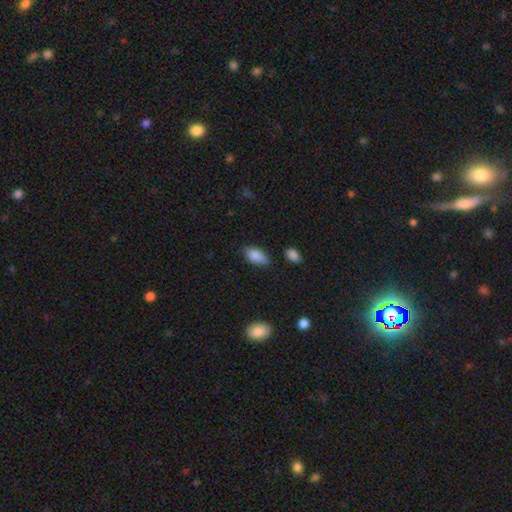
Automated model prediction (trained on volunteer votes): A smooth galaxy with no disk features (86%) that is in between round and cigar-shaped (91%).

Vote fractions:
- Smooth or featured? smooth: 86% / star or artifact: 7% / featured or disk: 7%
- How rounded? in between: 91% / cigar-shaped: 5% / round: 4%
- Merging? none: 74% / minor disturbance: 20% / major disturbance: 4% / merger: 3%